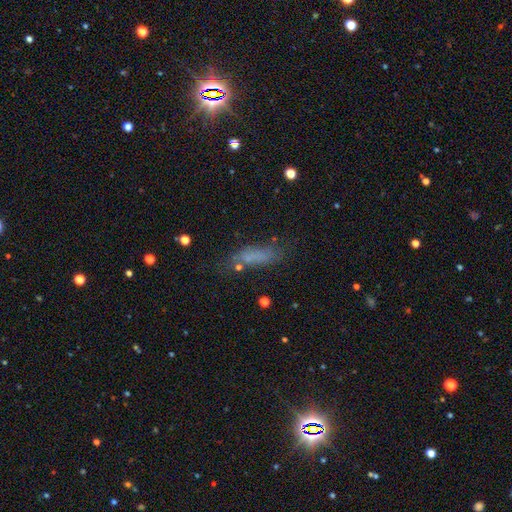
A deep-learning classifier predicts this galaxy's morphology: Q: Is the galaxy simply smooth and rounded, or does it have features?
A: smooth — 68%.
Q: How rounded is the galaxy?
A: cigar-shaped — 52%.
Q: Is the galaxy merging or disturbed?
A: none — 58%.